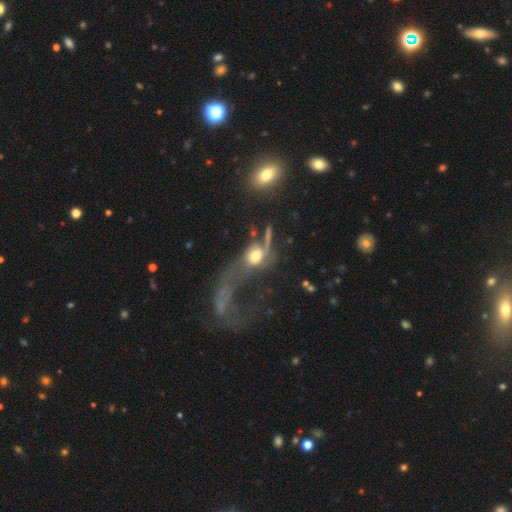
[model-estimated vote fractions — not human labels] smooth 48%, featured or disk 38%, star or artifact 14%. Down the decision tree: merging — major disturbance (54%).